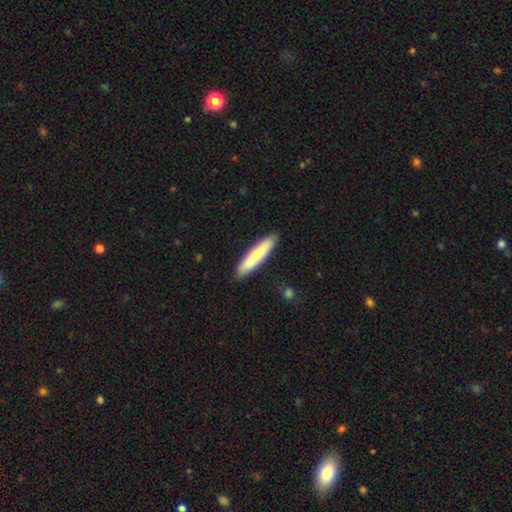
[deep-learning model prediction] smooth 69%, featured or disk 25%, star or artifact 5%. Down the decision tree: how rounded — cigar-shaped (87%); merging — none (88%).